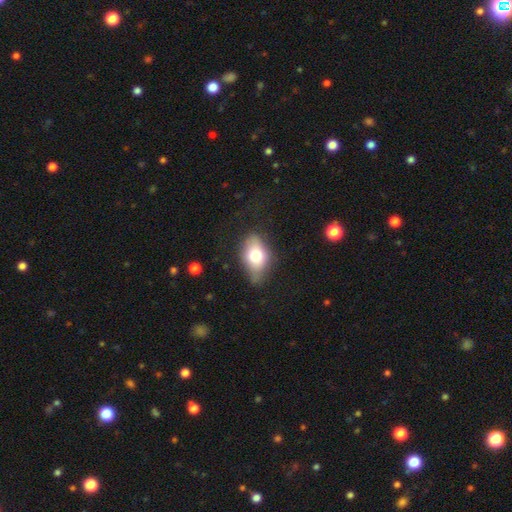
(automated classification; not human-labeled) Smooth or featured?
  - smooth: 70% *
  - featured or disk: 22%
  - star or artifact: 9%
How rounded?
  - in between: 83% *
  - round: 14%
  - cigar-shaped: 3%
Merging?
  - none: 58% *
  - minor disturbance: 30%
  - major disturbance: 9%
  - merger: 2%